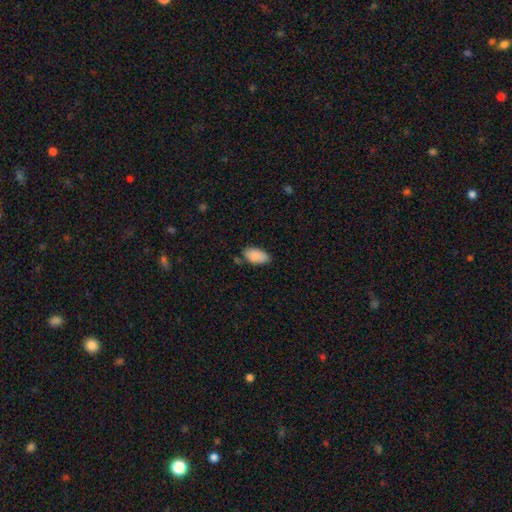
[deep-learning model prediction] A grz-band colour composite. It shows a smooth galaxy with no disk features (89%) that is in between round and cigar-shaped (94%). Merging: none (69%).